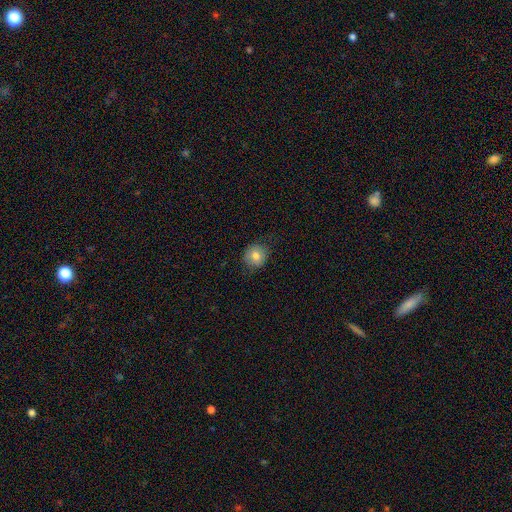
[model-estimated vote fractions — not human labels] Morphology: type=smooth (78%); roundness=round (84%); merging=none (81%).